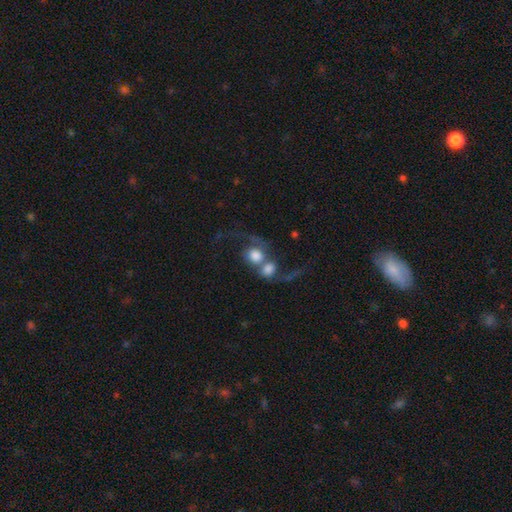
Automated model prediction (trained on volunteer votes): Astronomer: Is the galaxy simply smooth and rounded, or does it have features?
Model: smooth — 59%.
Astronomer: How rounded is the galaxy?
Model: round — 69%.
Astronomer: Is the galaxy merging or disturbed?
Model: merger — 75%.